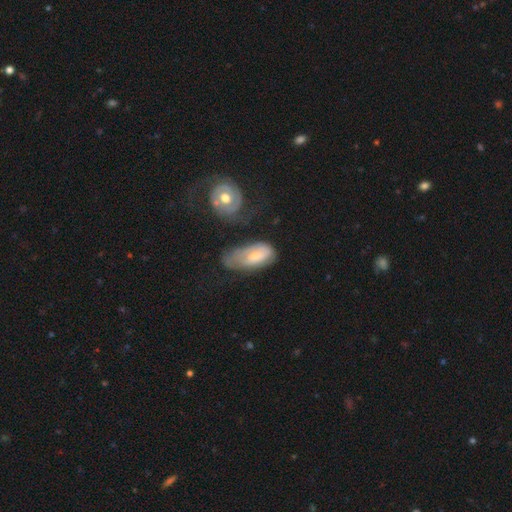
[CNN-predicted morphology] Smooth or featured?
  - featured or disk: 47% * (tied)
  - smooth: 47% * (tied)
  - star or artifact: 6%
Merging?
  - minor disturbance: 34% *
  - none: 29%
  - major disturbance: 28%
  - merger: 9%